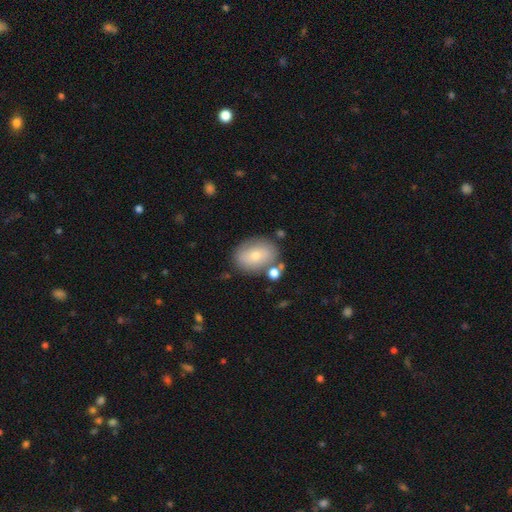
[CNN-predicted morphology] smooth_or_featured: smooth (p=0.69) [alt: featured or disk p=0.23]
how_rounded: in between (p=0.72) [alt: round p=0.26]
merging: none (p=0.74) [alt: minor disturbance p=0.14]